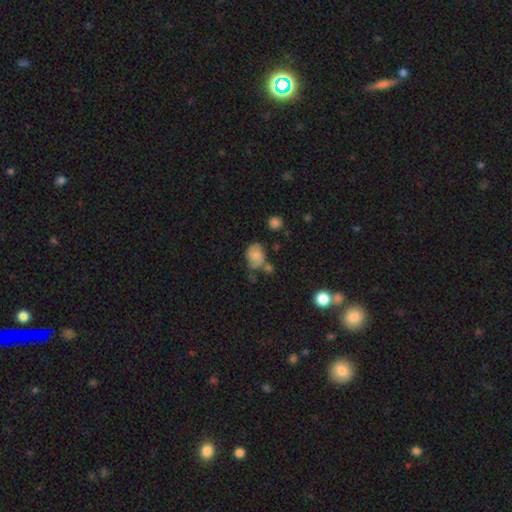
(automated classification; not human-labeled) smooth_or_featured: smooth (p=0.56) [alt: featured or disk p=0.34]
how_rounded: in between (p=0.61) [alt: round p=0.38]
merging: none (p=0.41) [alt: minor disturbance p=0.28]